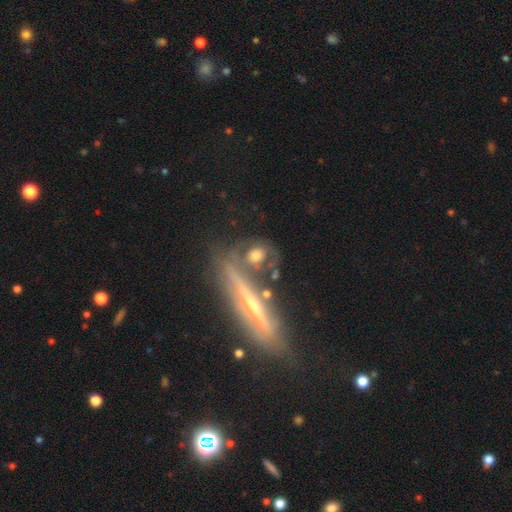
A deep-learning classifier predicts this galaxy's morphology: Smooth or featured: featured or disk — 50% (smooth — 41%)
Merging: none — 47% (merger — 20%)